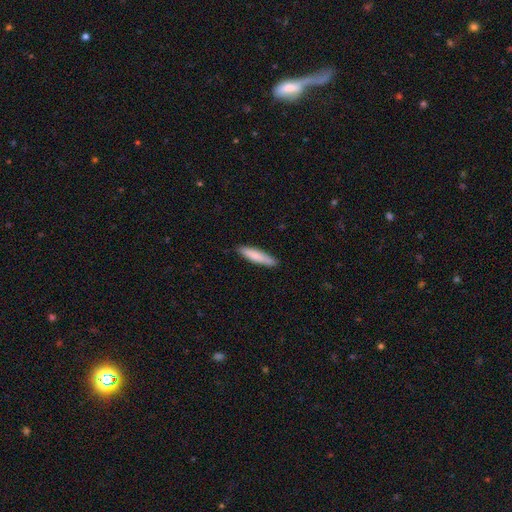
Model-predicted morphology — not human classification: Smooth or featured? smooth (81%)
How rounded? cigar-shaped (85%)
Merging? none (87%)